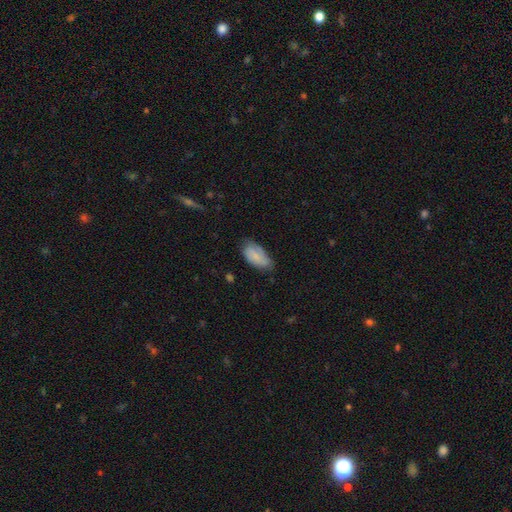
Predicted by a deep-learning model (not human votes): This appears to be a smooth galaxy with no disk features (69%) that is in between round and cigar-shaped (92%). Merging: none (56%).